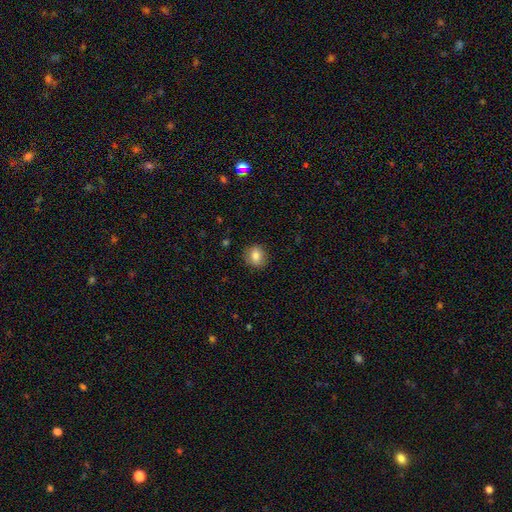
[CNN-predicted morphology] smooth 81%, featured or disk 10%, star or artifact 9%. Down the decision tree: how rounded — round (76%); merging — none (87%).